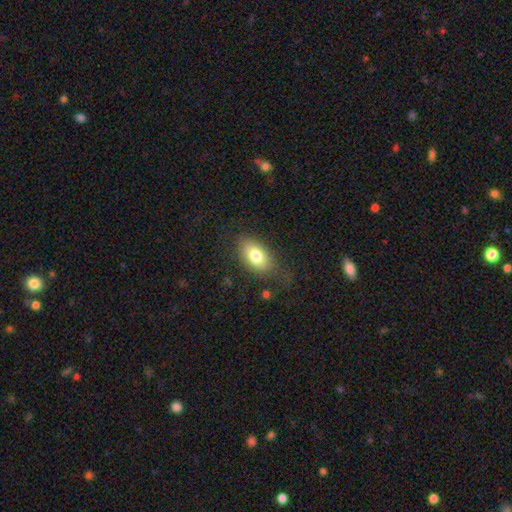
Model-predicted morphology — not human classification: This is likely a smooth galaxy (77%). How rounded: clearly in between (90%). Merging: likely none (74%).